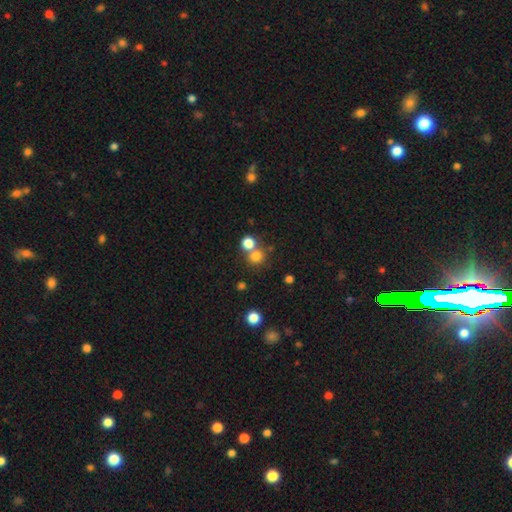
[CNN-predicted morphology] Overall: smooth (77%). How rounded: round (87%). Merging: none (58%; merger 32%).